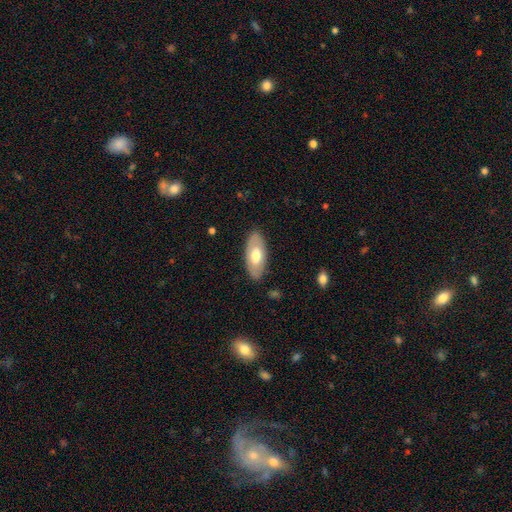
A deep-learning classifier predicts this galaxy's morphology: Smooth or featured: smooth — 60% (featured or disk — 35%)
How rounded: in between — 91% (cigar-shaped — 7%)
Merging: none — 85% (minor disturbance — 11%)